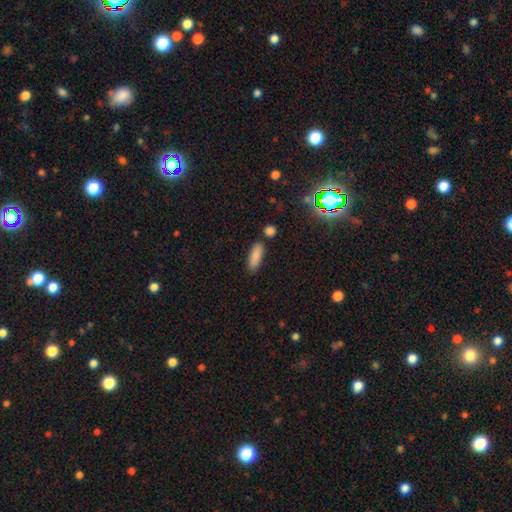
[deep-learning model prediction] A smooth galaxy with no disk features (87%) that is in between round and cigar-shaped (66%).

Vote fractions:
- Smooth or featured? smooth: 87% / star or artifact: 8% / featured or disk: 5%
- How rounded? in between: 66% / cigar-shaped: 32% / round: 2%
- Merging? none: 81% / minor disturbance: 11% / merger: 6% / major disturbance: 3%